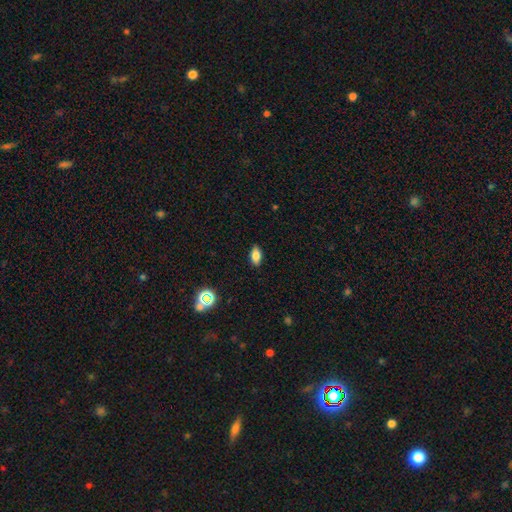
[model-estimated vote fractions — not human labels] This appears to be a smooth galaxy with no disk features (80%) that is in between round and cigar-shaped (89%). Merging: none (88%).